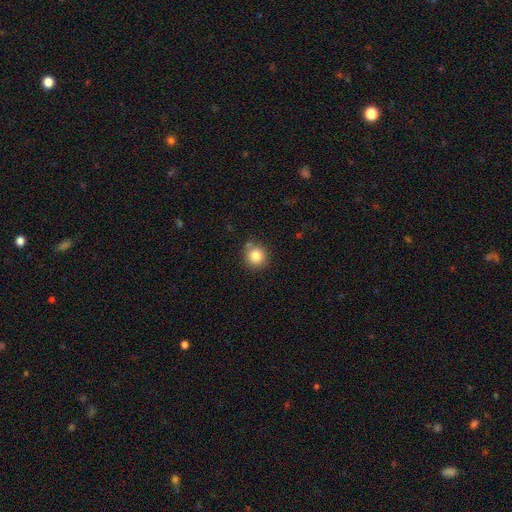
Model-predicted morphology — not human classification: The model was most divided on "merging": none: 76%, minor disturbance: 14%, merger: 7%, major disturbance: 3%. More confident: how rounded — round (93%); smooth or featured — smooth (83%).